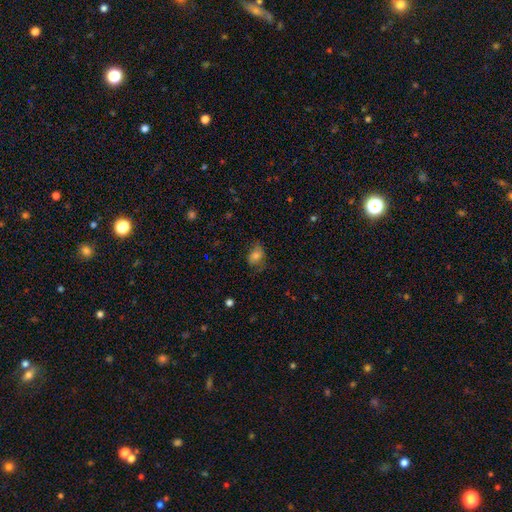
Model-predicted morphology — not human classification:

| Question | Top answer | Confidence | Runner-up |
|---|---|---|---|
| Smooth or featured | smooth | 67% | featured or disk (22%) |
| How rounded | in between | 68% | round (31%) |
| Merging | none | 57% | minor disturbance (28%) |